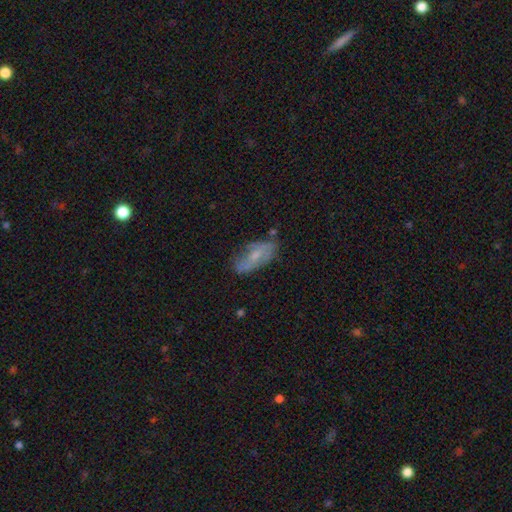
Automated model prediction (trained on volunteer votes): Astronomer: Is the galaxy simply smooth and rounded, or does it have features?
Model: smooth — 46%, tied with featured or disk at 46%.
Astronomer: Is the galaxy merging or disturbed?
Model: none — 62%.